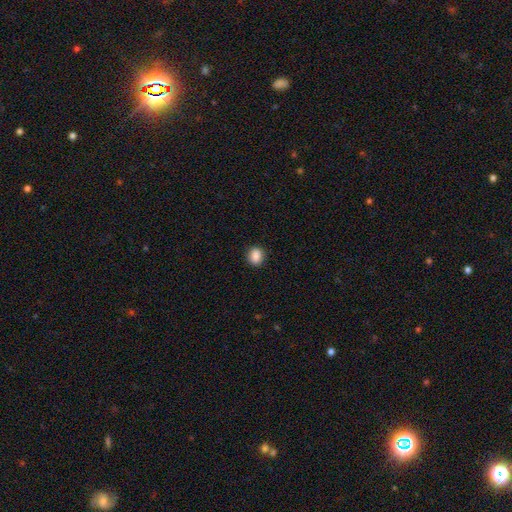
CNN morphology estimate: The model was most divided on "how rounded" (2-way tie): in between: 49%, round: 49%, cigar-shaped: 2%. More confident: merging — none (88%); smooth or featured — smooth (87%).